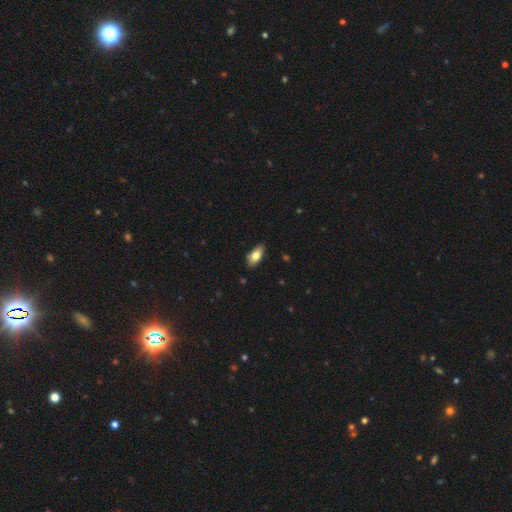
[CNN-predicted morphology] Smooth or featured? Predicted: smooth (p=0.78). How rounded? Predicted: in between (p=0.89). Merging? Predicted: none (p=0.83).